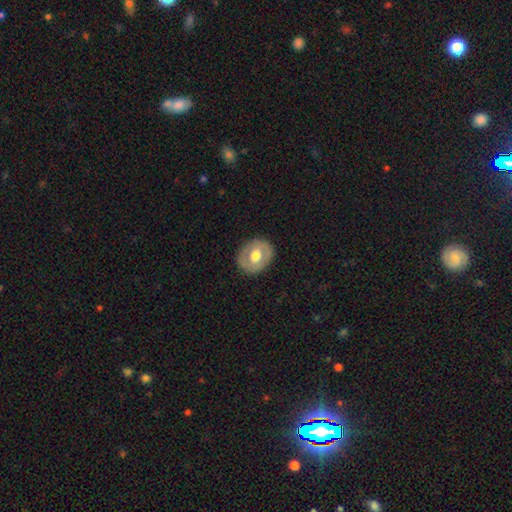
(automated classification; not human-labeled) A smooth galaxy with no disk features (52%) that is round (61%).

Vote fractions:
- Smooth or featured? smooth: 52% / featured or disk: 42% / star or artifact: 6%
- How rounded? round: 61% / in between: 39% / cigar-shaped: 1%
- Merging? none: 85% / minor disturbance: 11% / major disturbance: 3% / merger: 1%